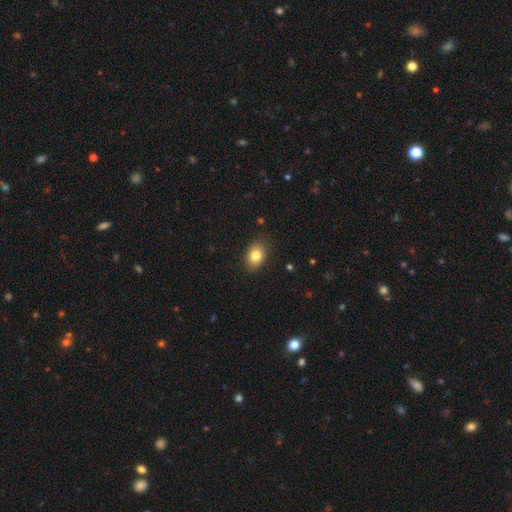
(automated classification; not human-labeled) This is clearly a smooth galaxy (83%). How rounded: likely in between (77%). Merging: clearly none (84%).